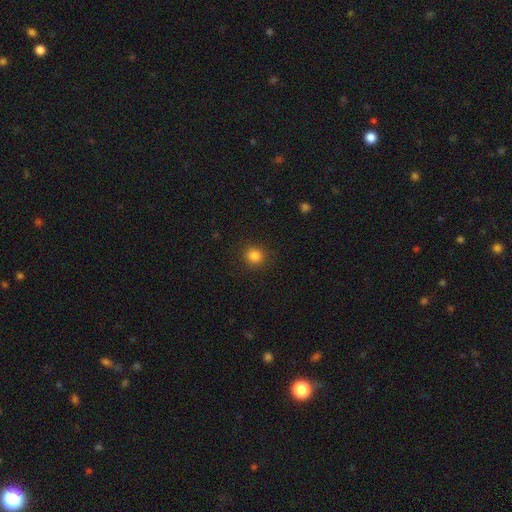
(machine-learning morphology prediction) Smooth or featured: smooth — 84% (star or artifact — 12%)
How rounded: round — 89% (in between — 10%)
Merging: none — 90% (minor disturbance — 6%)